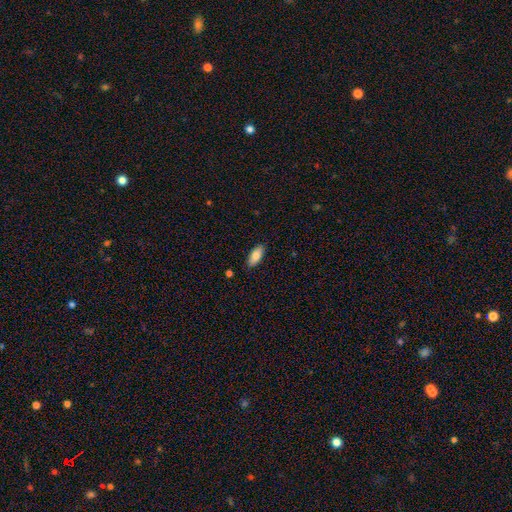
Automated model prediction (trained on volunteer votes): A smooth galaxy with no disk features (82%) that is in between round and cigar-shaped (87%).

Vote fractions:
- Smooth or featured? smooth: 82% / featured or disk: 12% / star or artifact: 7%
- How rounded? in between: 87% / cigar-shaped: 11% / round: 2%
- Merging? none: 87% / minor disturbance: 10% / major disturbance: 2% / merger: 1%